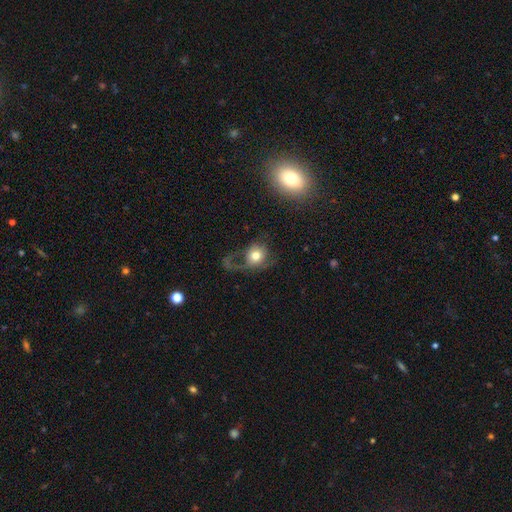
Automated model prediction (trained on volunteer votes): Q: Smooth or featured?
A: smooth (62%); runner-up: featured or disk (29%)
Q: How rounded?
A: round (71%); runner-up: in between (27%)
Q: Merging?
A: major disturbance (57%); runner-up: none (24%)